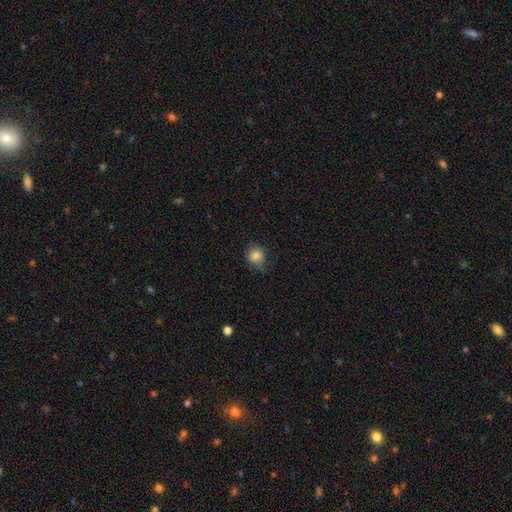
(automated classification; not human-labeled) This is clearly a smooth galaxy (83%). How rounded: likely round (79%). Merging: likely none (66%).